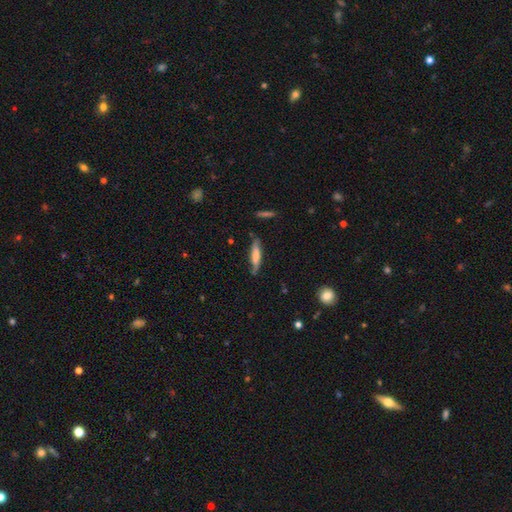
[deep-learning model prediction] Overall: smooth (58%; featured or disk 36%). How rounded: cigar-shaped (80%). Merging: none (74%).